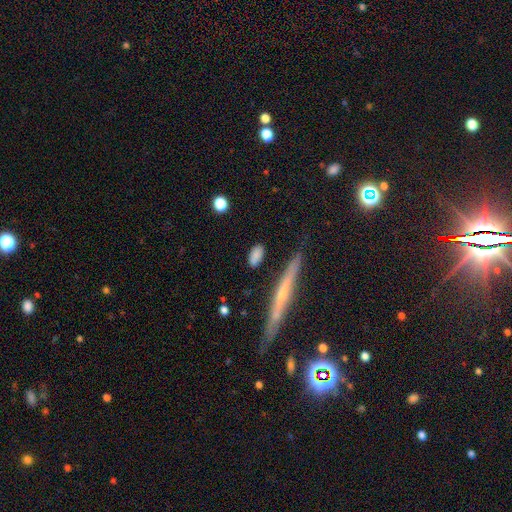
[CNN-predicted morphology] smooth-or-featured: smooth: 82% | featured or disk: 11% | star or artifact: 7%
  how-rounded: in between: 83% | cigar-shaped: 11% | round: 6%
  merging: none: 80% | minor disturbance: 14% | major disturbance: 4% | merger: 3%